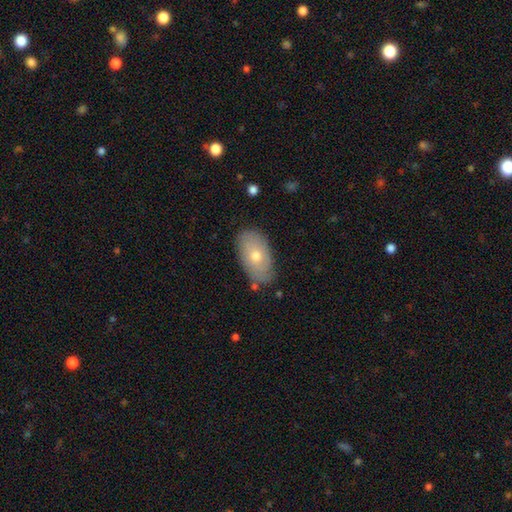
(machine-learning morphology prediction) Smooth or featured?
  - smooth: 55% *
  - featured or disk: 38%
  - star or artifact: 7%
How rounded?
  - in between: 93% *
  - round: 5%
  - cigar-shaped: 2%
Merging?
  - none: 77% *
  - minor disturbance: 17%
  - major disturbance: 3%
  - merger: 2%